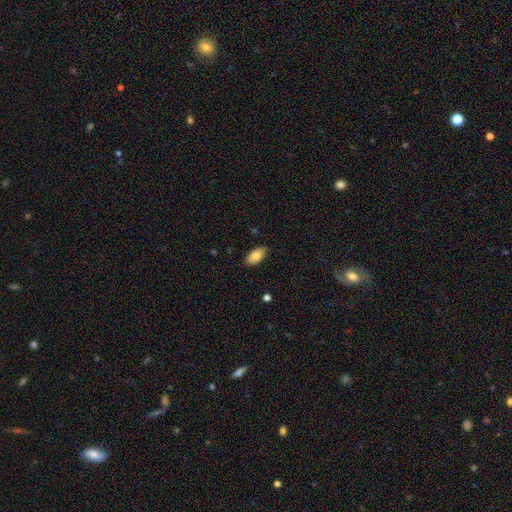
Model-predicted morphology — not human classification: A smooth galaxy with no disk features (81%) that is in between round and cigar-shaped (94%). Merging: none (85%).